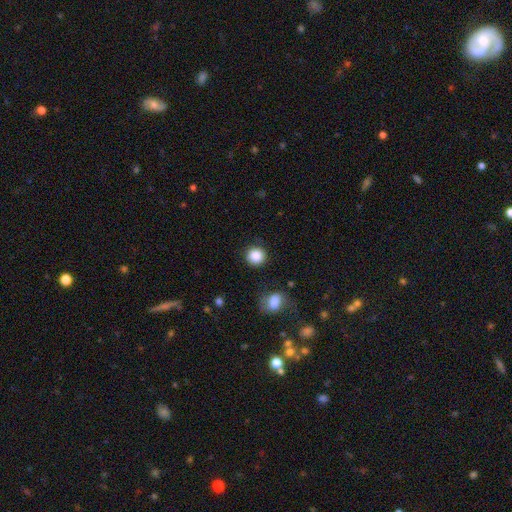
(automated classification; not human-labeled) This is clearly a smooth galaxy (87%). How rounded: clearly round (92%). Merging: clearly none (86%).